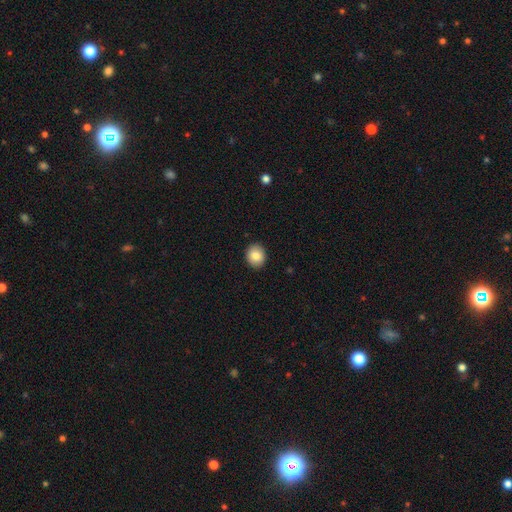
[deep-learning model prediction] Smooth or featured? smooth (86%)
How rounded? round (64%)
Merging? none (90%)